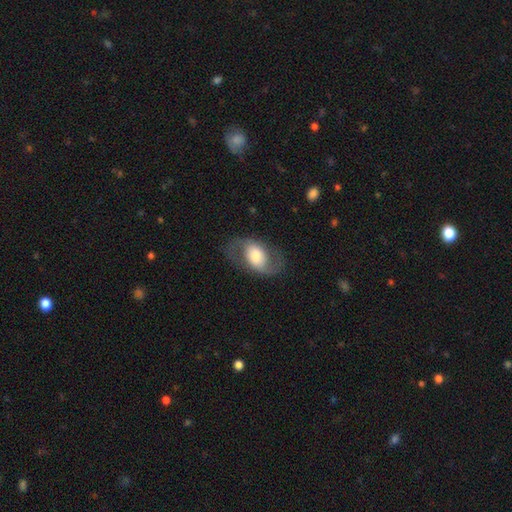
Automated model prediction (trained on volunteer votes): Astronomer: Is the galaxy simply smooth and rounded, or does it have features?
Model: featured or disk — 66%.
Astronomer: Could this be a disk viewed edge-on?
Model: no — 95%.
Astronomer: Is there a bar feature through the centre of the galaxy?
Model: no — 47% (runner-up: weak, 36%).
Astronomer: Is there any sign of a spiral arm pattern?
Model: yes — 83%.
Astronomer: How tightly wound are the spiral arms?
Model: loose — 47% (runner-up: medium, 42%).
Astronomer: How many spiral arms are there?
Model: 2 — 91%.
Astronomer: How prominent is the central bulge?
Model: large — 42% (runner-up: moderate, 36%).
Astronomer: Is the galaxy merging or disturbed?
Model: none — 74%.